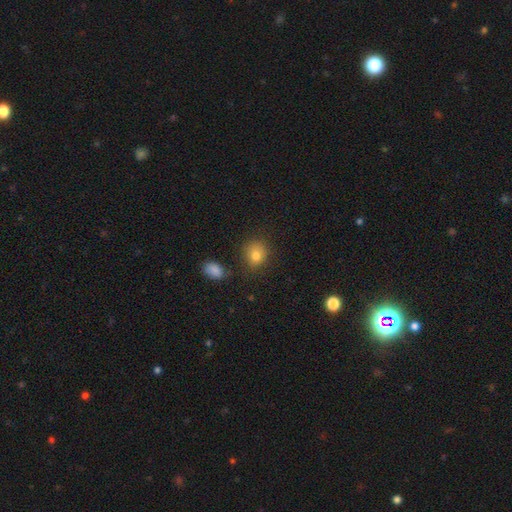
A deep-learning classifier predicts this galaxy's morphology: This is clearly a smooth galaxy (81%). How rounded: likely round (69%). Merging: likely none (76%).